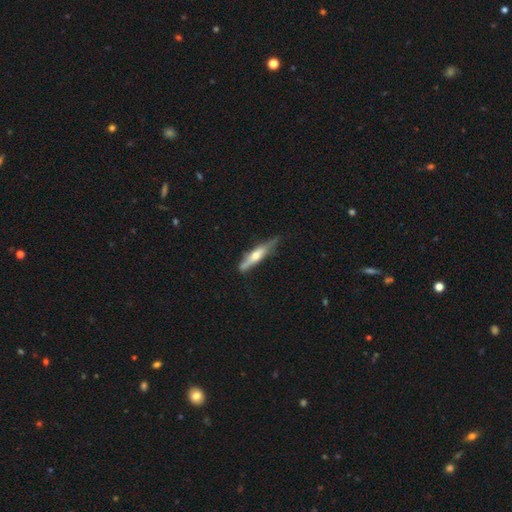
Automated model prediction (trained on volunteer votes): Q: Smooth or featured?
A: featured or disk (52%); runner-up: smooth (43%)
Q: Edge-on disk?
A: yes (87%); runner-up: no (13%)
Q: Merging?
A: none (62%); runner-up: minor disturbance (29%)